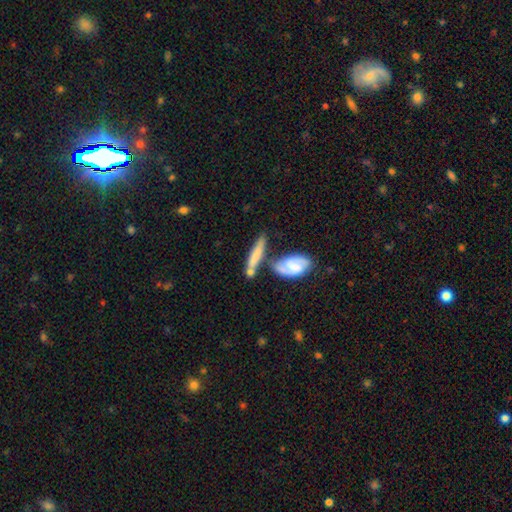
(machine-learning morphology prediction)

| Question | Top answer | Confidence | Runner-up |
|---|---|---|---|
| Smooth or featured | smooth | 58% | featured or disk (35%) |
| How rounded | cigar-shaped | 74% | in between (23%) |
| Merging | none | 43% | merger (36%) |